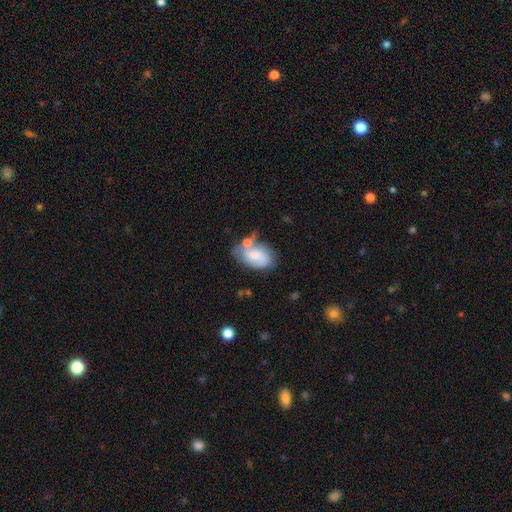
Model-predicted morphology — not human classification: Smooth or featured: smooth — 70% (featured or disk — 23%)
How rounded: in between — 91% (round — 7%)
Merging: none — 38% (merger — 26%)